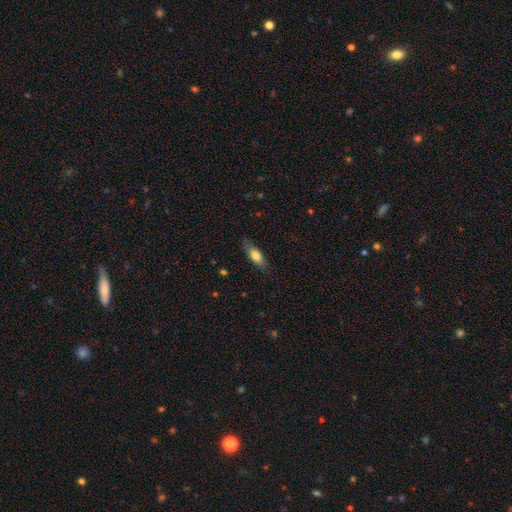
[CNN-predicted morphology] smooth-or-featured: smooth: 73% | featured or disk: 20% | star or artifact: 7%
  how-rounded: in between: 64% | cigar-shaped: 33% | round: 2%
  merging: none: 80% | minor disturbance: 15% | major disturbance: 4% | merger: 1%